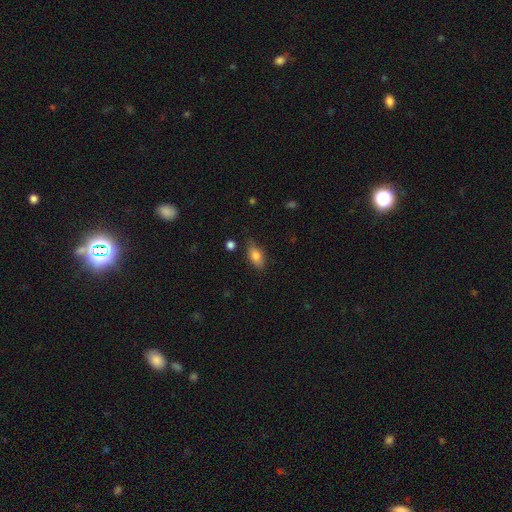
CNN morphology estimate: type=smooth (77%); roundness=in between (84%); merging=none (77%).